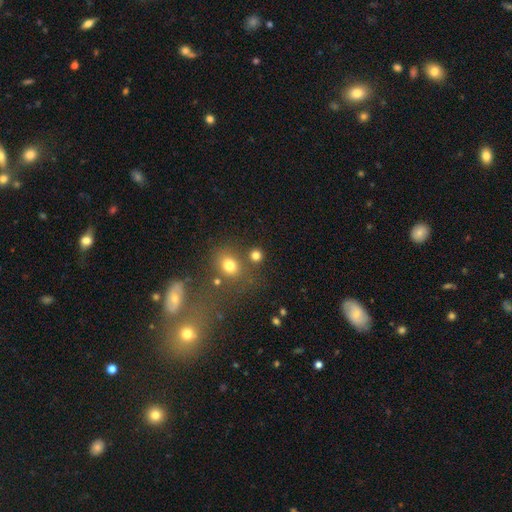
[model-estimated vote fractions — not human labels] Smooth or featured?
  - smooth: 76% *
  - star or artifact: 17%
  - featured or disk: 7%
How rounded?
  - round: 85% *
  - in between: 14%
  - cigar-shaped: 1%
Merging?
  - none: 74% *
  - merger: 13%
  - minor disturbance: 8%
  - major disturbance: 4%